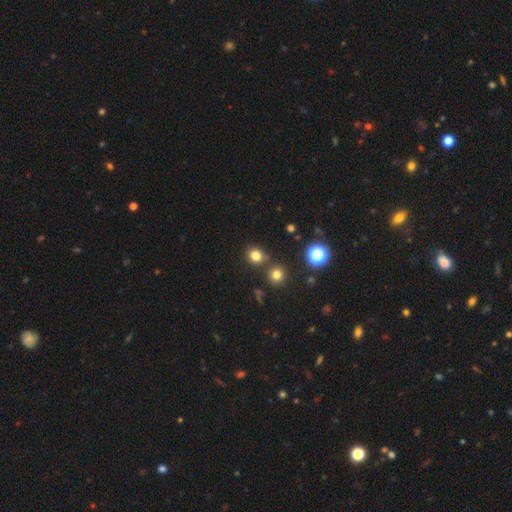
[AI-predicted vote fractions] Overall: smooth (77%). How rounded: round (79%). Merging: none (76%).